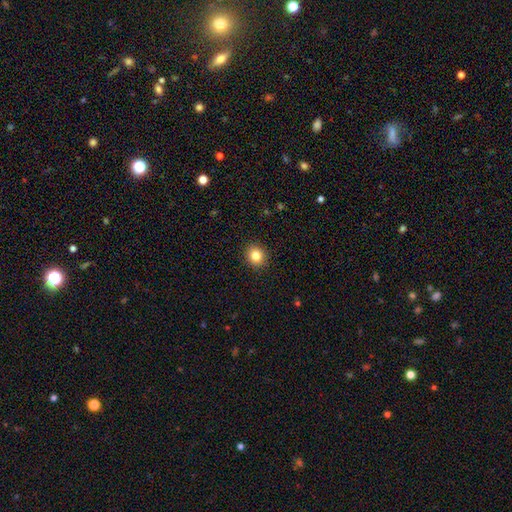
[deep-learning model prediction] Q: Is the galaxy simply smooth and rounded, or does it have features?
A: smooth — 83%.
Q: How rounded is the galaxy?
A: round — 83%.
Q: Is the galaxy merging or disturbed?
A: none — 92%.